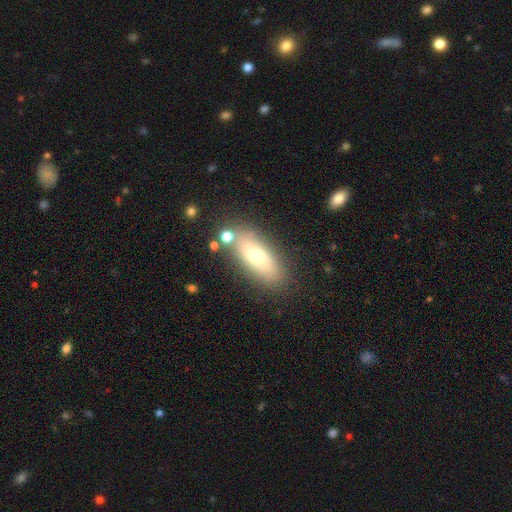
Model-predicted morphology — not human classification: smooth_or_featured: smooth (p=0.62) [alt: featured or disk p=0.29]
how_rounded: in between (p=0.76) [alt: cigar-shaped p=0.21]
merging: none (p=0.77) [alt: minor disturbance p=0.13]